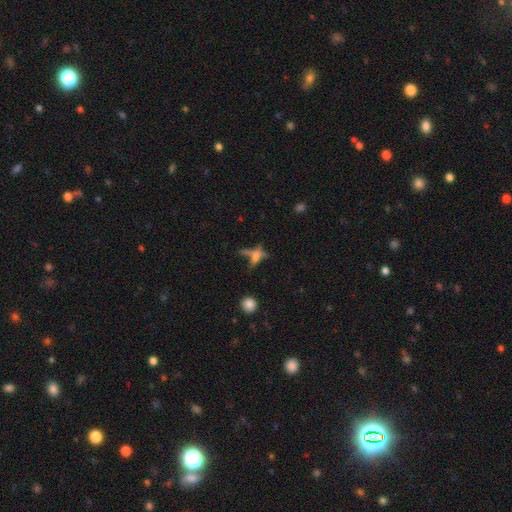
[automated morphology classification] Smooth or featured? smooth (41%)
Merging? none (48%)